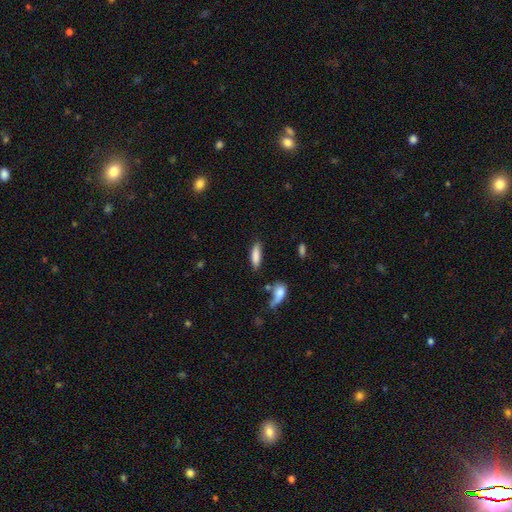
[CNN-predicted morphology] A smooth galaxy with no disk features (84%) that is cigar-shaped (54%).

Vote fractions:
- Smooth or featured? smooth: 84% / featured or disk: 9% / star or artifact: 7%
- How rounded? cigar-shaped: 54% / in between: 44% / round: 2%
- Merging? none: 75% / minor disturbance: 15% / merger: 5% / major disturbance: 4%